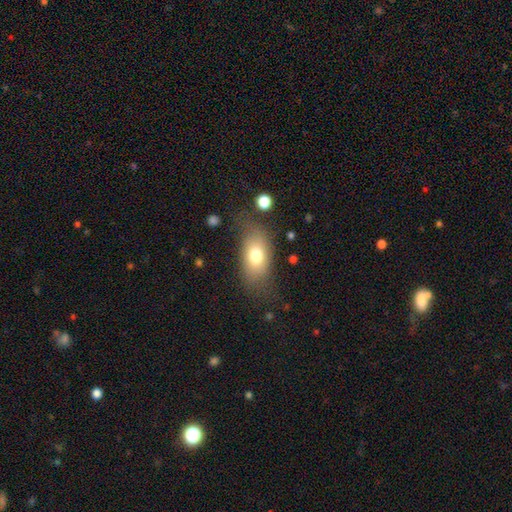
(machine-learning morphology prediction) smooth 73%, featured or disk 19%, star or artifact 9%. Down the decision tree: how rounded — in between (85%); merging — none (65%).